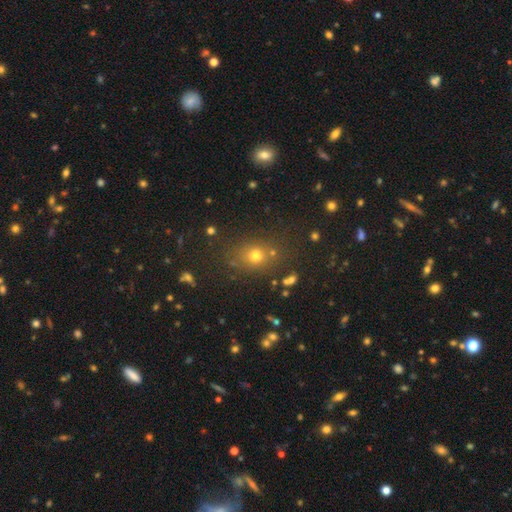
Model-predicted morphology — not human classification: This is likely a smooth galaxy (66%). How rounded: likely round (66%). Merging: likely none (77%).